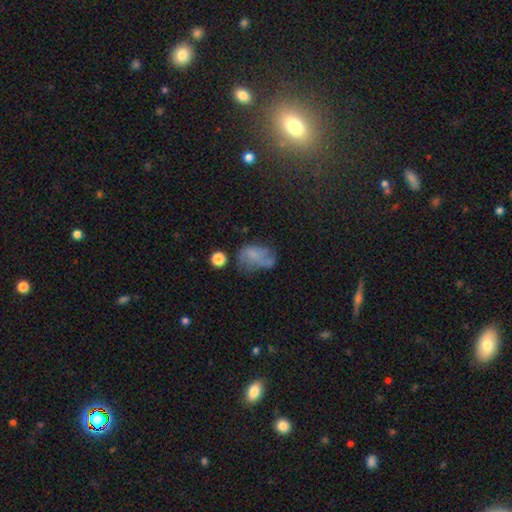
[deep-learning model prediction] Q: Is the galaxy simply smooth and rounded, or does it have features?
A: smooth — 47%.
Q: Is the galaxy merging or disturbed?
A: none — 36%.